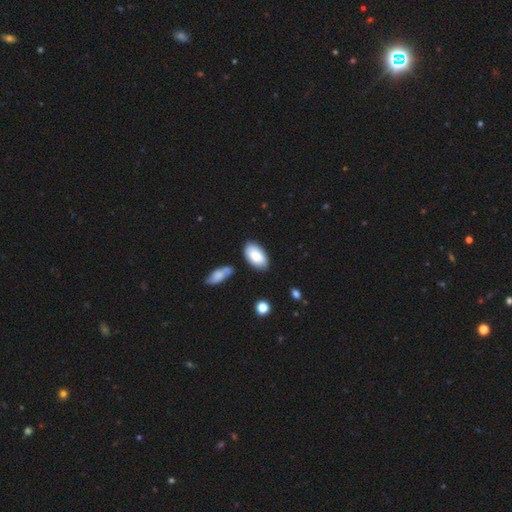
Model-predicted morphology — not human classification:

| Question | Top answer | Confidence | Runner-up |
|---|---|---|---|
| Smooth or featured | smooth | 85% | featured or disk (9%) |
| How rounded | in between | 95% | round (3%) |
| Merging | none | 75% | minor disturbance (16%) |